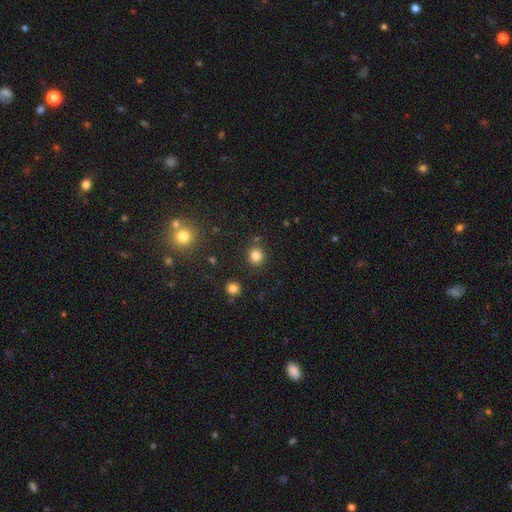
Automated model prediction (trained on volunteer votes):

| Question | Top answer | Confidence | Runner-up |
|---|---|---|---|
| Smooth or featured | smooth | 82% | star or artifact (13%) |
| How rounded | round | 85% | in between (14%) |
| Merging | none | 85% | minor disturbance (8%) |